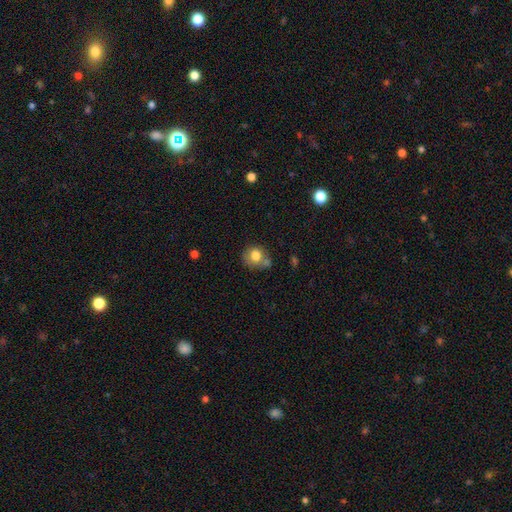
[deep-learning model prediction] This appears to be a smooth galaxy with no disk features (77%) that is round (78%). Merging: none (54%).